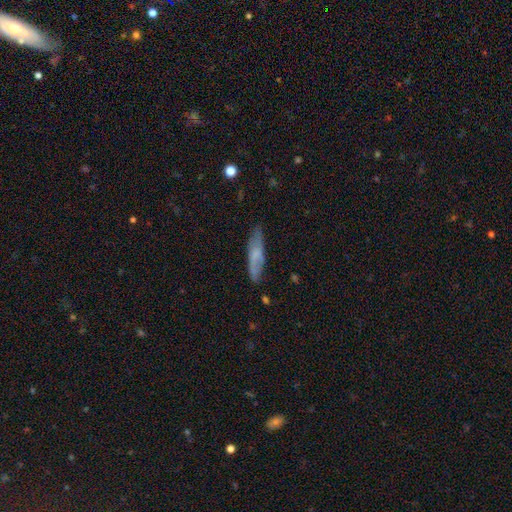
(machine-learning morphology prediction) This appears to be a smooth galaxy with no disk features (58%) that is cigar-shaped (70%). Merging: none (76%).